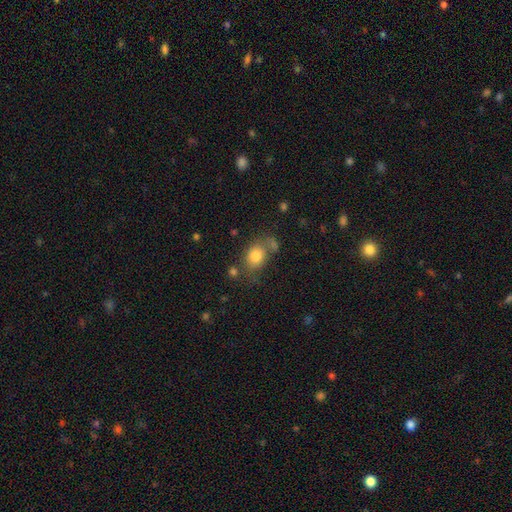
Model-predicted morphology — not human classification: Overall: smooth (80%). How rounded: in between (55%; round 44%). Merging: none (54%; minor disturbance 19%).